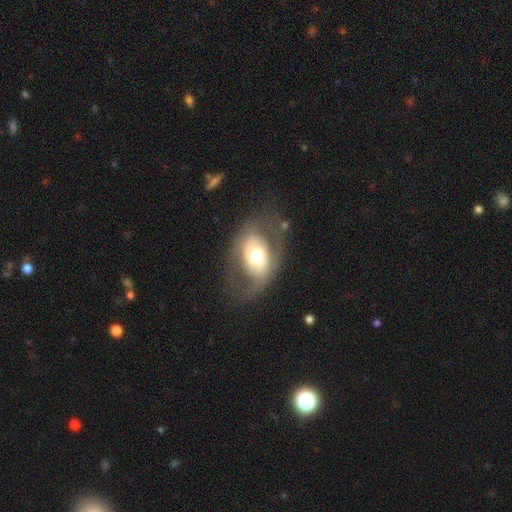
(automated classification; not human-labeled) smooth-or-featured: featured or disk: 54% | smooth: 39% | star or artifact: 7%
  disk-edge-on: no: 92% | yes: 8%
  merging: none: 66% | minor disturbance: 17% | major disturbance: 15% | merger: 2%